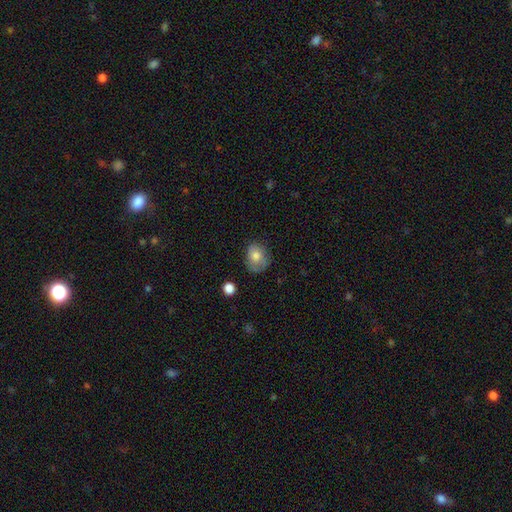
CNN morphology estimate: Q: Smooth or featured?
A: smooth (77%); runner-up: featured or disk (14%)
Q: How rounded?
A: round (52%); runner-up: in between (47%)
Q: Merging?
A: none (60%); runner-up: minor disturbance (28%)